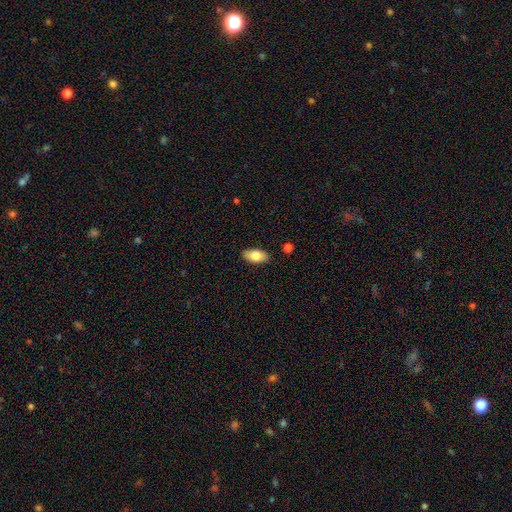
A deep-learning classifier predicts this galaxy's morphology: Q: Smooth or featured?
A: smooth (80%); runner-up: featured or disk (13%)
Q: How rounded?
A: in between (92%); runner-up: cigar-shaped (5%)
Q: Merging?
A: none (88%); runner-up: minor disturbance (9%)